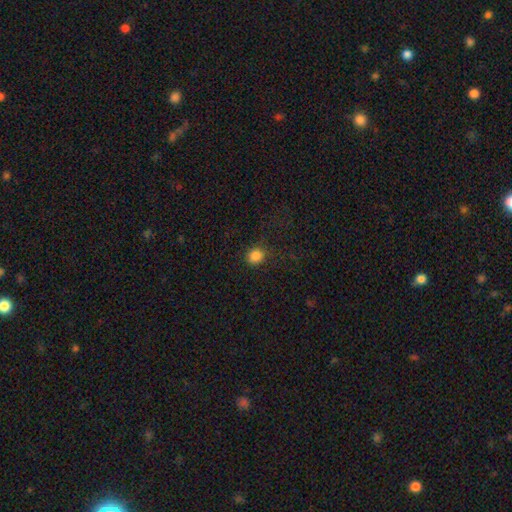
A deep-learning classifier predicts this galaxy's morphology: type=smooth (84%); roundness=round (81%); merging=none (82%).